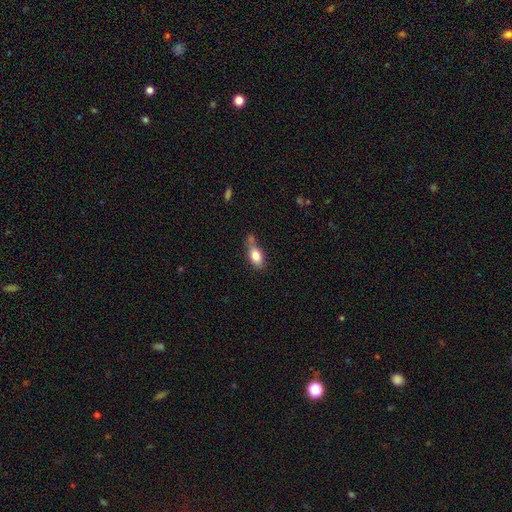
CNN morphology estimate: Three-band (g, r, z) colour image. It shows a smooth galaxy with no disk features (79%) that is in between round and cigar-shaped (84%). Merging: none (46%).